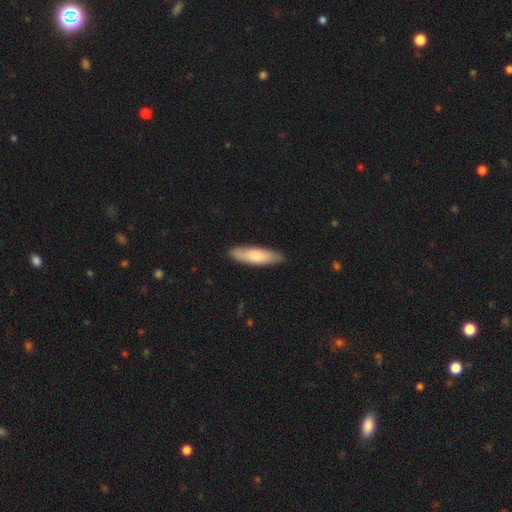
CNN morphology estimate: The model was most divided on "how rounded": cigar-shaped: 57%, in between: 41%, round: 2%. More confident: merging — none (85%); smooth or featured — smooth (73%).